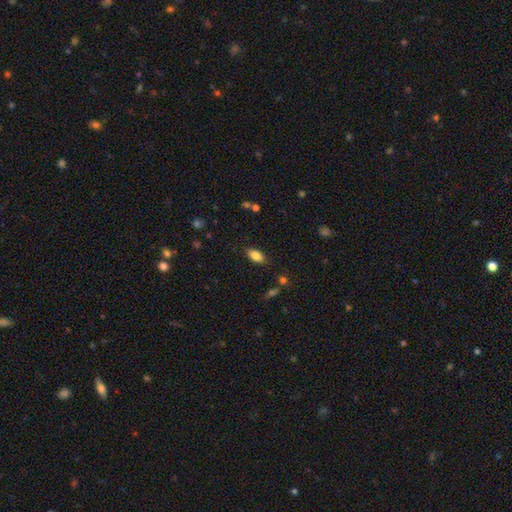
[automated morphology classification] Smooth or featured?
  - smooth: 84% *
  - star or artifact: 8%
  - featured or disk: 8%
How rounded?
  - in between: 90% *
  - cigar-shaped: 6%
  - round: 4%
Merging?
  - none: 85% *
  - minor disturbance: 11%
  - major disturbance: 3%
  - merger: 2%